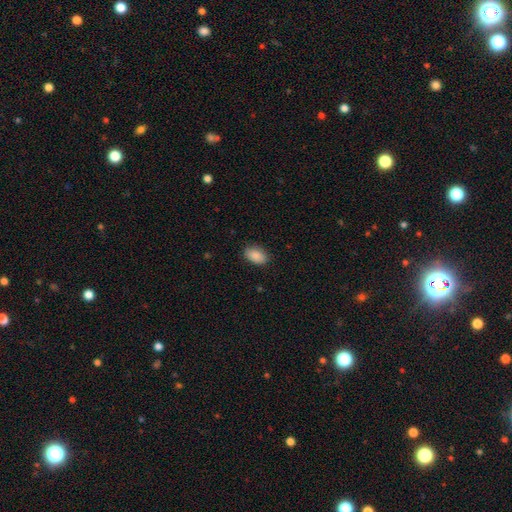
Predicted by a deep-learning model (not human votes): Morphology: type=smooth (89%); roundness=in between (92%); merging=none (87%).